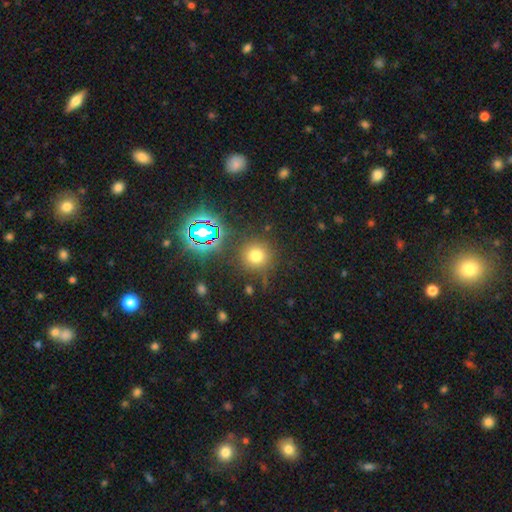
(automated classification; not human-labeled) Smooth or featured? smooth (69%)
How rounded? round (92%)
Merging? none (83%)